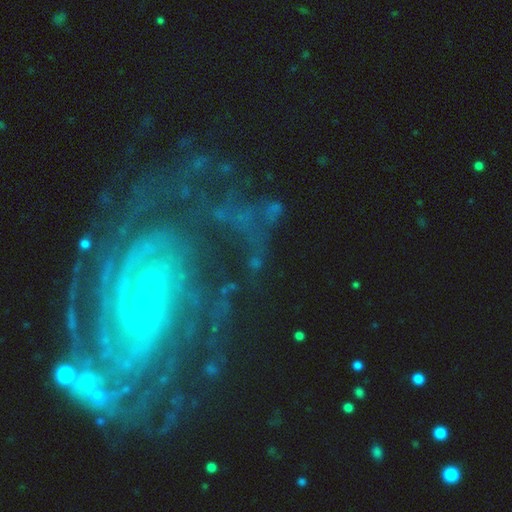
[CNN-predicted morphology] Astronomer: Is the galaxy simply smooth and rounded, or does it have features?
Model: featured or disk — 87%.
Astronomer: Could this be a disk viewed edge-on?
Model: no — 97%.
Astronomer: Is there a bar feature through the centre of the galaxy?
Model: no — 67%.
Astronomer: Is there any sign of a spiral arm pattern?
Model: yes — 98%.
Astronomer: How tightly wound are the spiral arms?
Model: tight — 80%.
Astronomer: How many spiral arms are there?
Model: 2 — 25% (runner-up: can't tell, 22%).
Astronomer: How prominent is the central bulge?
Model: small — 82%.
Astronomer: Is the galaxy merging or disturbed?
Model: none — 68%.